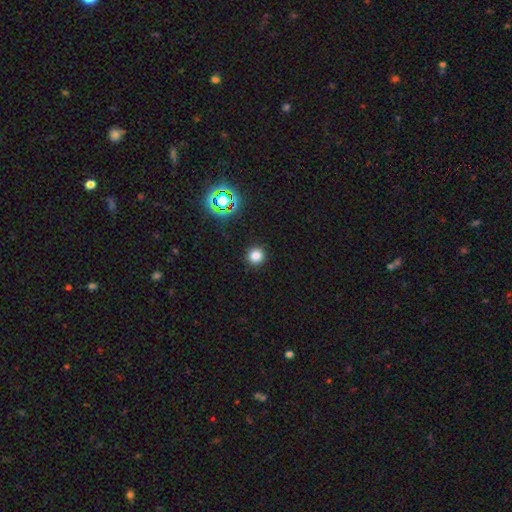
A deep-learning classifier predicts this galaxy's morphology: Smooth or featured?
  - smooth: 79% *
  - star or artifact: 17%
  - featured or disk: 5%
How rounded?
  - round: 94% *
  - in between: 6%
  - cigar-shaped: 1%
Merging?
  - none: 92% *
  - minor disturbance: 5%
  - major disturbance: 2%
  - merger: 1%